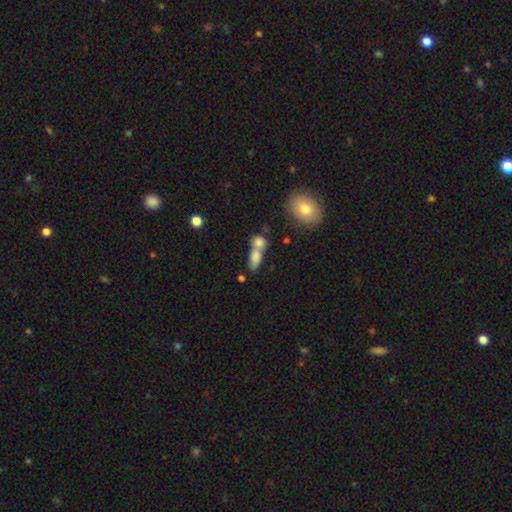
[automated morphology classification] Q: Smooth or featured?
A: smooth (80%); runner-up: featured or disk (11%)
Q: How rounded?
A: in between (73%); runner-up: round (19%)
Q: Merging?
A: merger (61%); runner-up: none (27%)